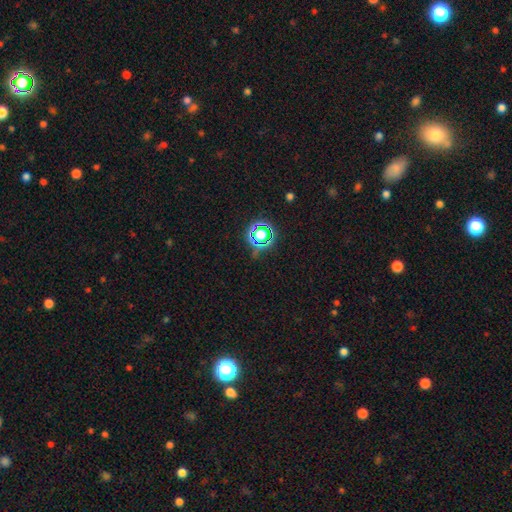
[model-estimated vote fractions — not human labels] A star or artifact, not a galaxy (76%).

Vote fractions:
- Smooth or featured? star or artifact: 76% / smooth: 15% / featured or disk: 8%